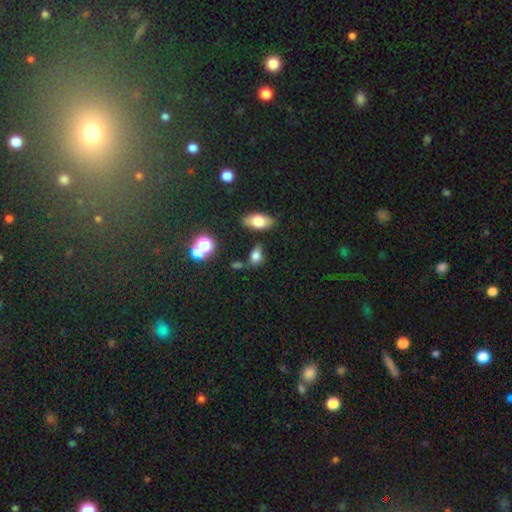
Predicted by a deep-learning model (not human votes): A smooth galaxy with no disk features (74%) that is in between round and cigar-shaped (70%).

Vote fractions:
- Smooth or featured? smooth: 74% / star or artifact: 16% / featured or disk: 10%
- How rounded? in between: 70% / round: 27% / cigar-shaped: 4%
- Merging? none: 58% / minor disturbance: 20% / merger: 14% / major disturbance: 8%